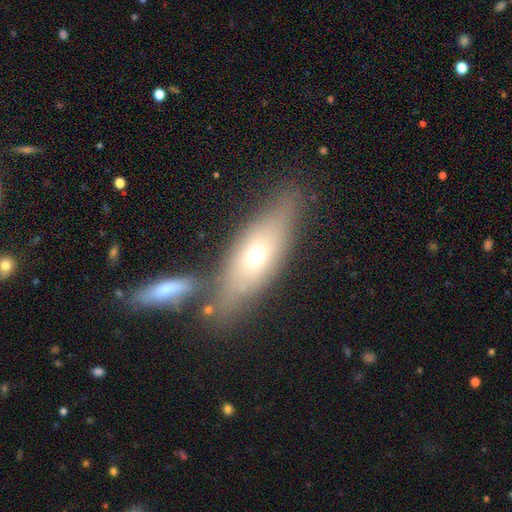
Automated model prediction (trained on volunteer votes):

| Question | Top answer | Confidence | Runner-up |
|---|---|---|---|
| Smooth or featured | smooth | 59% | featured or disk (32%) |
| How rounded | in between | 60% | cigar-shaped (36%) |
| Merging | none | 64% | merger (19%) |